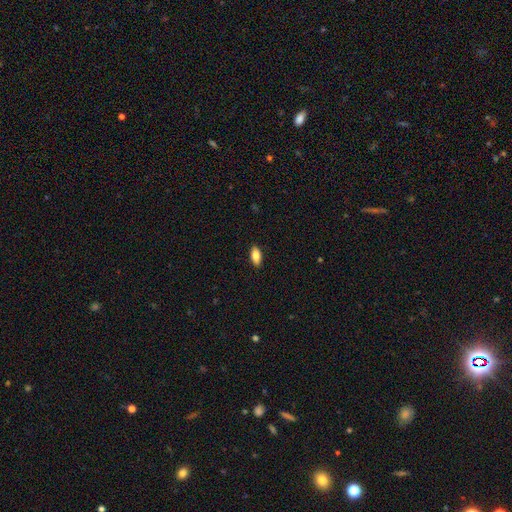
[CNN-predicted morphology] A smooth galaxy with no disk features (84%) that is in between round and cigar-shaped (87%). Merging: none (89%).